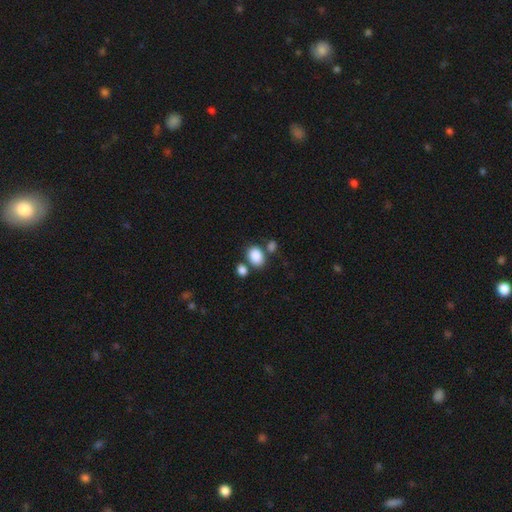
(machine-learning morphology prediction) smooth_or_featured: smooth (p=0.86) [alt: star or artifact p=0.09]
how_rounded: in between (p=0.65) [alt: round p=0.34]
merging: none (p=0.61) [alt: merger p=0.23]